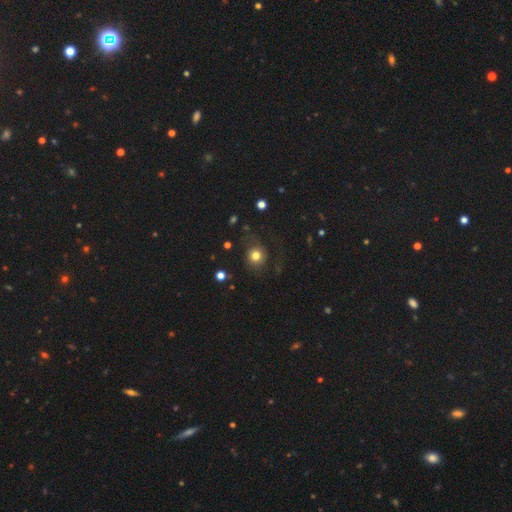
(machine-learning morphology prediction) type=smooth (71%); roundness=round (86%); merging=none (64%).